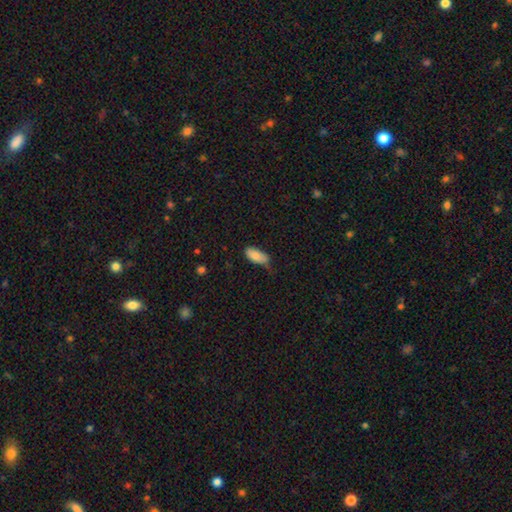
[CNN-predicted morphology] The model was most divided on "merging": none: 49%, minor disturbance: 40%, major disturbance: 9%, merger: 3%. More confident: how rounded — in between (90%); smooth or featured — smooth (83%).